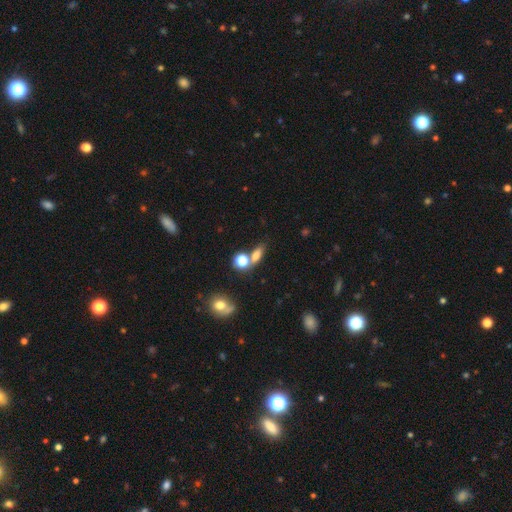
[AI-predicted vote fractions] Smooth or featured?
  - smooth: 69% *
  - star or artifact: 17%
  - featured or disk: 14%
How rounded?
  - in between: 57% *
  - round: 26%
  - cigar-shaped: 16%
Merging?
  - none: 54% *
  - merger: 27%
  - minor disturbance: 12%
  - major disturbance: 6%